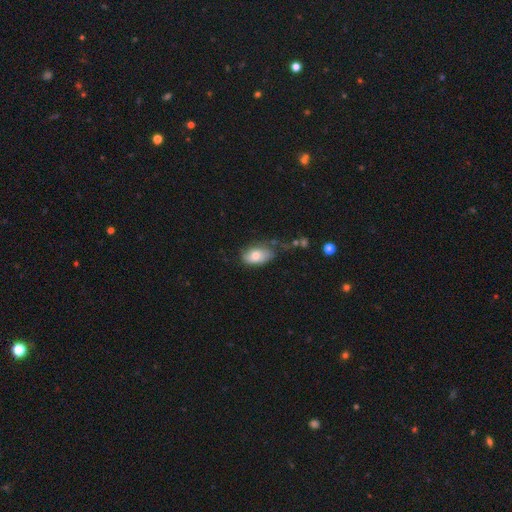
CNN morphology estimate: Smooth or featured?
  - smooth: 70% *
  - featured or disk: 23%
  - star or artifact: 7%
How rounded?
  - in between: 91% *
  - round: 6%
  - cigar-shaped: 2%
Merging?
  - none: 43% *
  - minor disturbance: 35%
  - major disturbance: 16%
  - merger: 5%